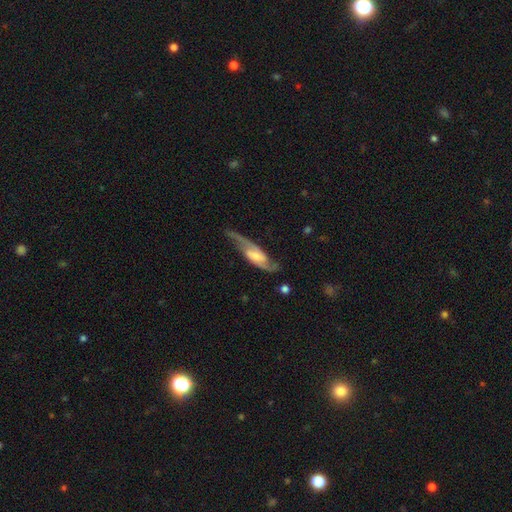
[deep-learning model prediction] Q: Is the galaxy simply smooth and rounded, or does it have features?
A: featured or disk — 83%.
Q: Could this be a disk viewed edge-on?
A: no — 88%.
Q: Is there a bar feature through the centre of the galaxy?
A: weak — 45%.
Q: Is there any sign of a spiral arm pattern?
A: yes — 95%.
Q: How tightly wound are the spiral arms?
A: loose — 50%.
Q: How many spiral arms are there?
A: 2 — 89%.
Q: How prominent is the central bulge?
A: small — 39%.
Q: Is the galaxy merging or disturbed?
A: none — 61%.